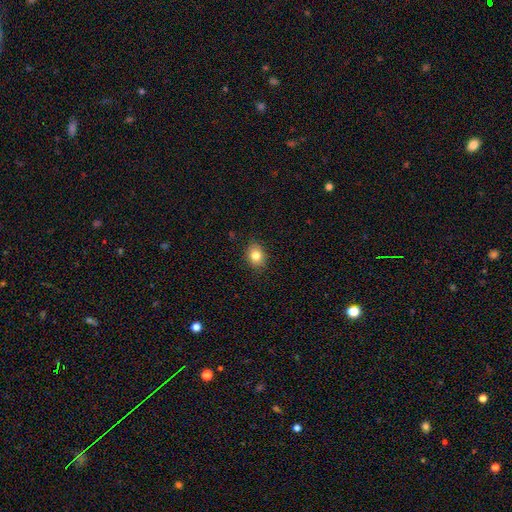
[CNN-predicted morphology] This is clearly a smooth galaxy (82%). How rounded: possibly in between (54%). Merging: clearly none (88%).